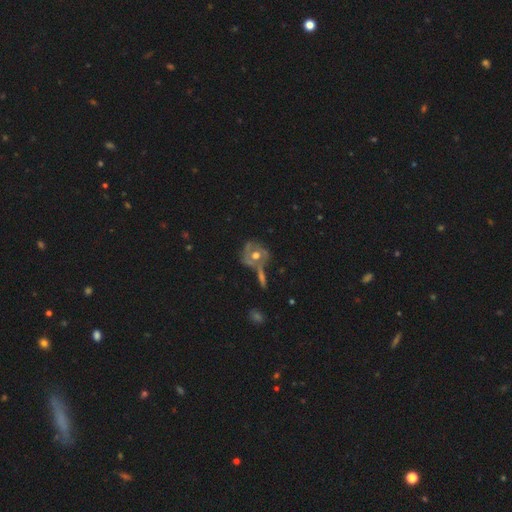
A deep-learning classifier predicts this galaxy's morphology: Q: Smooth or featured?
A: featured or disk (61%); runner-up: smooth (30%)
Q: Edge-on disk?
A: no (91%); runner-up: yes (9%)
Q: Bar?
A: no (81%); runner-up: weak (15%)
Q: Spiral arms?
A: yes (52%); runner-up: no (48%)
Q: Bulge size?
A: moderate (72%); runner-up: large (17%)
Q: Merging?
A: none (49%); runner-up: merger (22%)